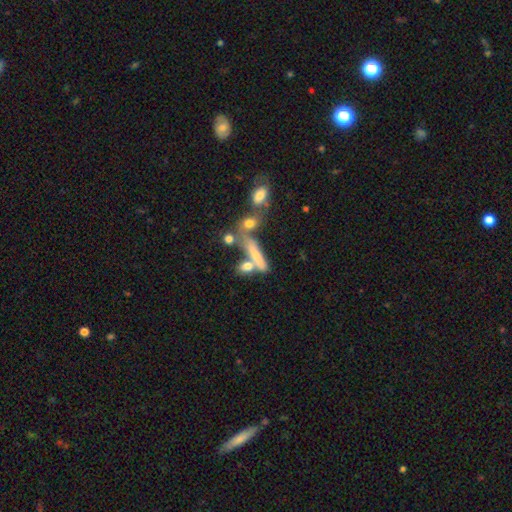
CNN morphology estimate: smooth-or-featured: smooth: 58% | featured or disk: 30% | star or artifact: 12%
  how-rounded: cigar-shaped: 67% | in between: 27% | round: 7%
  merging: merger: 40% | none: 37% | minor disturbance: 14% | major disturbance: 9%